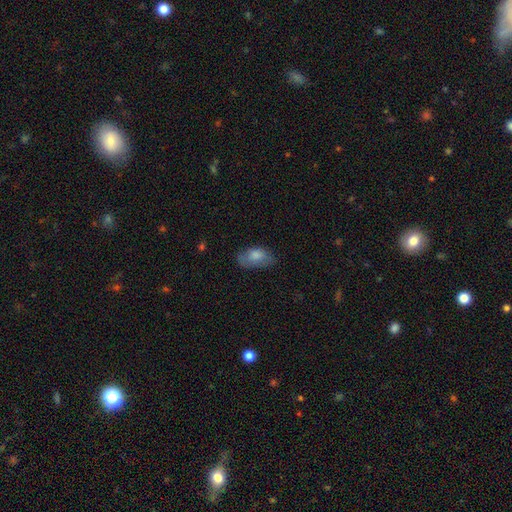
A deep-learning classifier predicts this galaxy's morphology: type=smooth (79%); roundness=in between (93%); merging=none (58%).